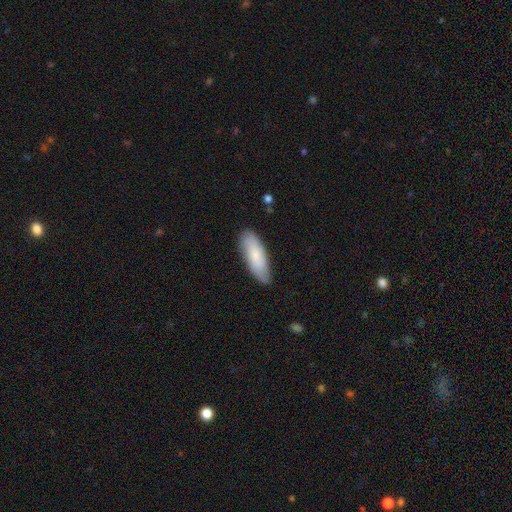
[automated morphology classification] Smooth or featured?
  - smooth: 77% *
  - featured or disk: 17%
  - star or artifact: 6%
How rounded?
  - in between: 63% *
  - cigar-shaped: 35%
  - round: 2%
Merging?
  - none: 79% *
  - minor disturbance: 17%
  - major disturbance: 3%
  - merger: 1%